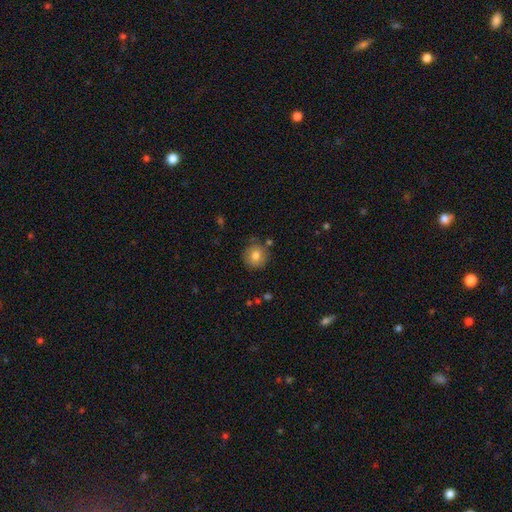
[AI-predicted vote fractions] smooth-or-featured: smooth: 79% | featured or disk: 12% | star or artifact: 9%
  how-rounded: round: 91% | in between: 8% | cigar-shaped: 1%
  merging: none: 81% | minor disturbance: 13% | merger: 4% | major disturbance: 3%